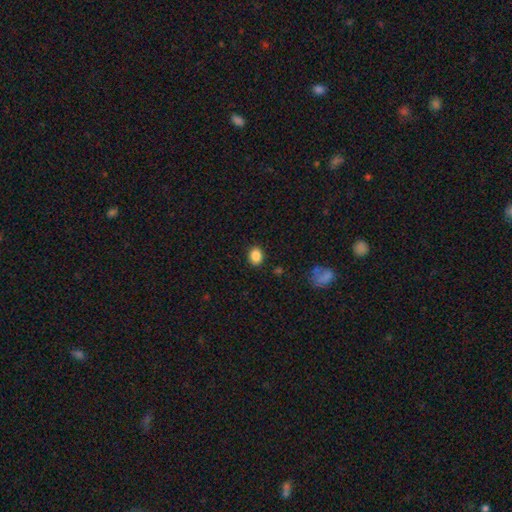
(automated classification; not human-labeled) smooth-or-featured: smooth: 86% | star or artifact: 10% | featured or disk: 4%
  how-rounded: round: 51% | in between: 48% | cigar-shaped: 1%
  merging: none: 88% | minor disturbance: 8% | major disturbance: 2% | merger: 1%